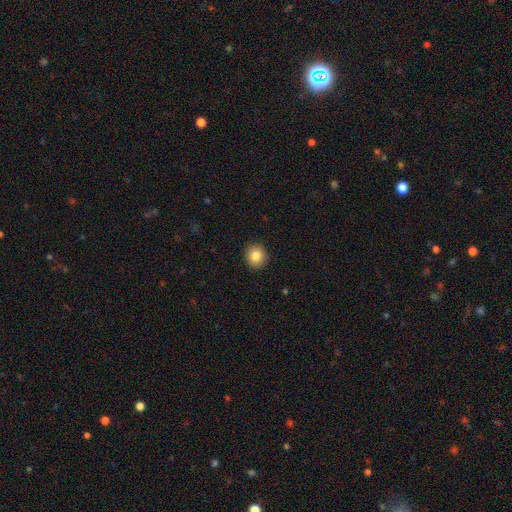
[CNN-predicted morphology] smooth_or_featured: smooth (p=0.84) [alt: star or artifact p=0.09]
how_rounded: round (p=0.87) [alt: in between p=0.12]
merging: none (p=0.92) [alt: minor disturbance p=0.05]